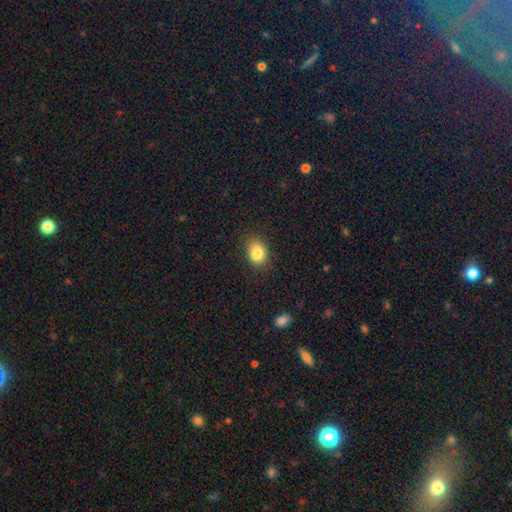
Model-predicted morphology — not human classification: Smooth or featured? Predicted: smooth (p=0.84). How rounded? Predicted: in between (p=0.60). Merging? Predicted: none (p=0.75).